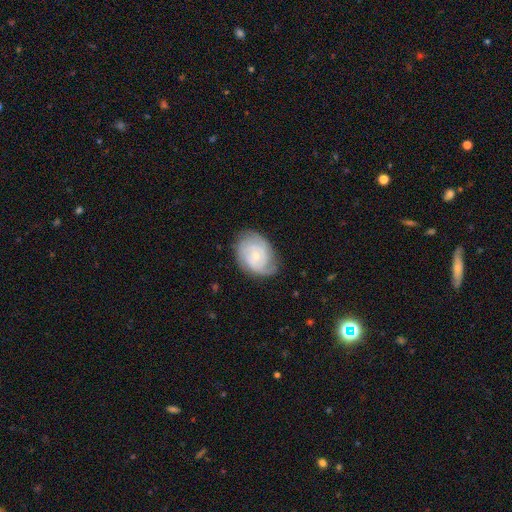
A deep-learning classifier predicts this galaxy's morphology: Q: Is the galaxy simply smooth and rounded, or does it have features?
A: featured or disk — 79%.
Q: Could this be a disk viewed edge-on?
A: no — 97%.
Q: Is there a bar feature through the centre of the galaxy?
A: no — 74%.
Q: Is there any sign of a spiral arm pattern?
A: yes — 94%.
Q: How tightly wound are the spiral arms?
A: tight — 62%.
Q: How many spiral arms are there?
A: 2 — 36%.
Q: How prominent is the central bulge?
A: small — 65%.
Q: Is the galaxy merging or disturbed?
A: none — 73%.